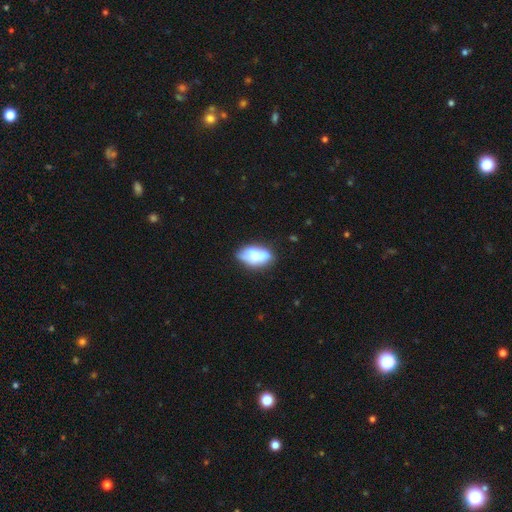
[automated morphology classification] Q: Smooth or featured?
A: smooth (54%); runner-up: featured or disk (38%)
Q: How rounded?
A: in between (91%); runner-up: round (5%)
Q: Merging?
A: none (51%); runner-up: minor disturbance (27%)